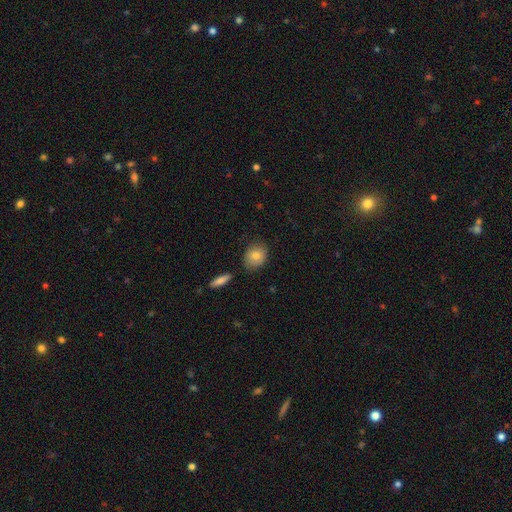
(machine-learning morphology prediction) Smooth or featured?
  - smooth: 80% *
  - featured or disk: 13%
  - star or artifact: 8%
How rounded?
  - round: 49% * (tied)
  - in between: 49% * (tied)
  - cigar-shaped: 2%
Merging?
  - none: 75% *
  - minor disturbance: 18%
  - merger: 4%
  - major disturbance: 3%